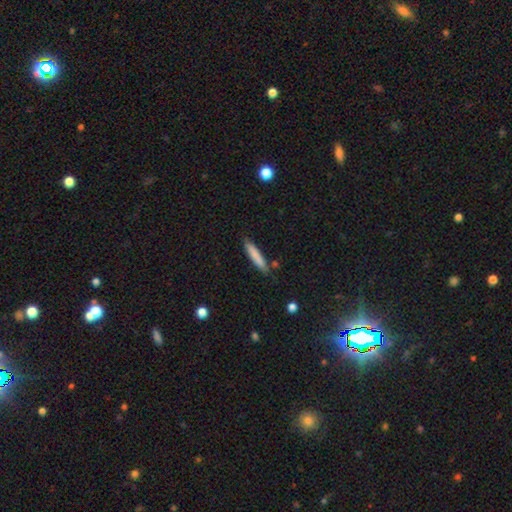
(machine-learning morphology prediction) Overall: smooth (81%). How rounded: cigar-shaped (89%). Merging: none (82%).